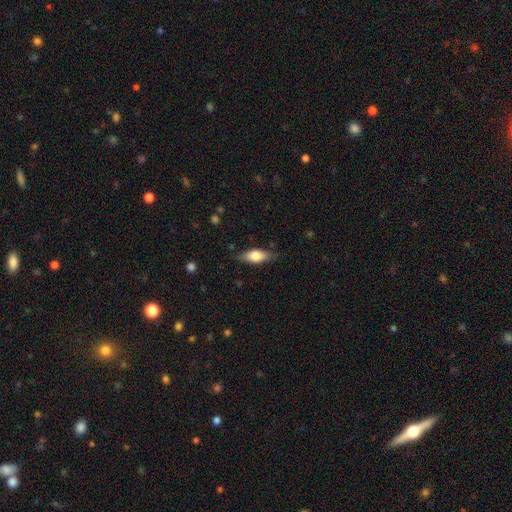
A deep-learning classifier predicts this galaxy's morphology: smooth-or-featured: smooth: 65% | featured or disk: 29% | star or artifact: 6%
  how-rounded: in between: 75% | cigar-shaped: 21% | round: 3%
  merging: none: 80% | minor disturbance: 15% | major disturbance: 3% | merger: 1%